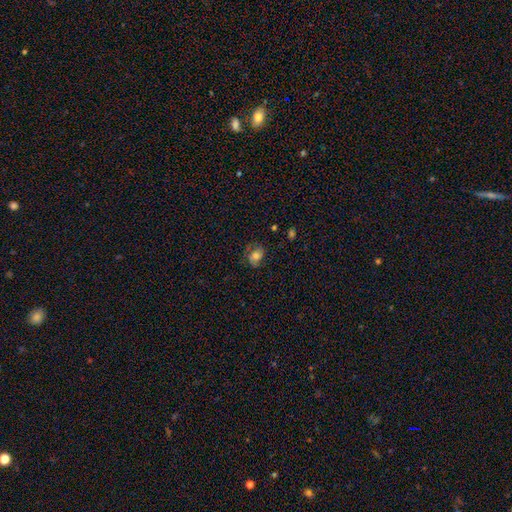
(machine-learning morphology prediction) The model was most divided on "how rounded": in between: 56%, round: 43%, cigar-shaped: 1%. More confident: merging — none (64%); smooth or featured — smooth (60%).